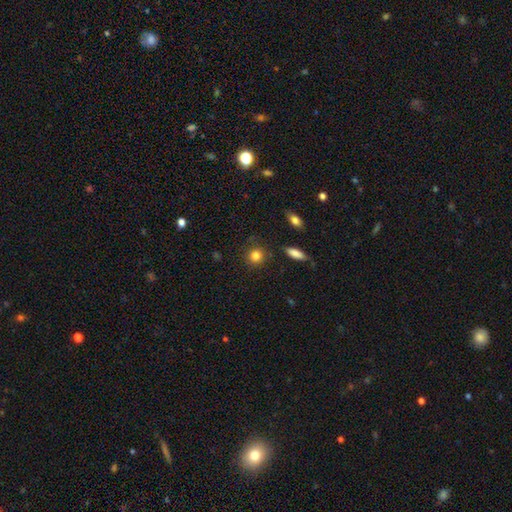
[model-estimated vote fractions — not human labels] Smooth or featured? Predicted: smooth (p=0.83). How rounded? Predicted: round (p=0.87). Merging? Predicted: none (p=0.86).